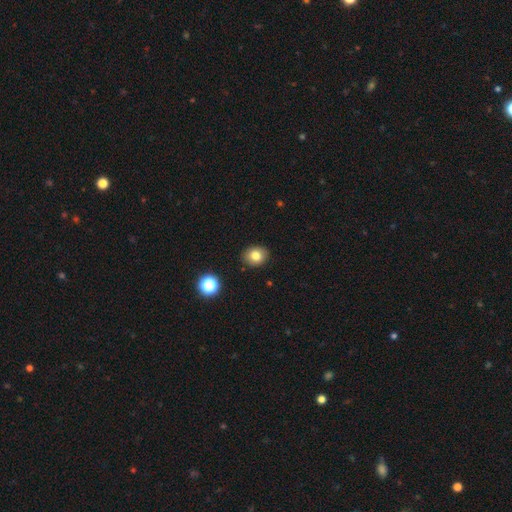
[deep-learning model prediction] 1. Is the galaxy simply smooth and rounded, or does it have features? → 80% smooth, 12% star or artifact, 8% featured or disk.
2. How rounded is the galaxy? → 57% round, 42% in between, 1% cigar-shaped.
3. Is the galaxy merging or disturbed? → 88% none, 8% minor disturbance, 2% major disturbance, 2% merger.